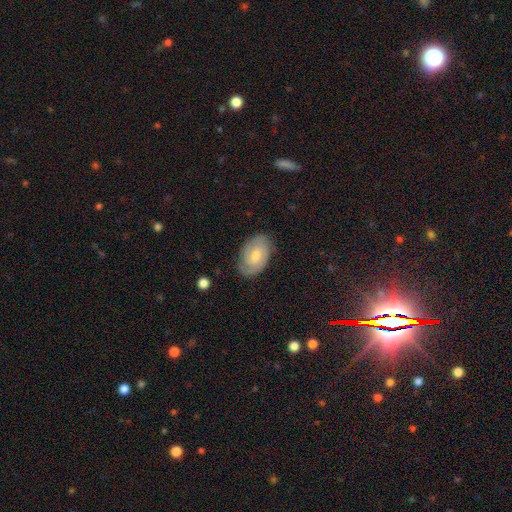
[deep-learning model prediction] A featured or disk galaxy (64%) with no bar (53%), 2 (64%) tight (58%) spiral arms (89%) and a moderate central bulge (48%).

Vote fractions:
- Smooth or featured? featured or disk: 64% / smooth: 30% / star or artifact: 6%
- Edge-on disk? no: 96% / yes: 4%
- Bar? no: 53% / weak: 41% / strong: 6%
- Spiral arms? yes: 89% / no: 11%
- Spiral winding? tight: 58% / medium: 33% / loose: 9%
- Spiral arm count? 2: 64% / can't tell: 21% / 3: 7% / 1: 5% / 4: 2% / more than 4: 2%
- Bulge size? moderate: 48% / small: 45% / none: 3% / large: 3% / dominant: 1%
- Merging? none: 79% / minor disturbance: 16% / major disturbance: 4% / merger: 1%